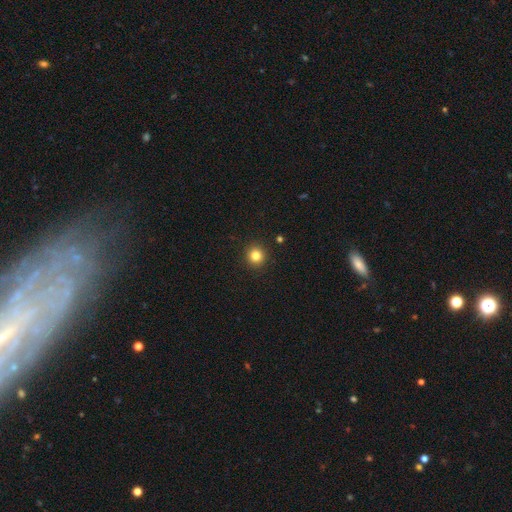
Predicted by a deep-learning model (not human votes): The model was most divided on "smooth or featured": smooth: 82%, star or artifact: 12%, featured or disk: 6%. More confident: how rounded — round (92%); merging — none (92%).